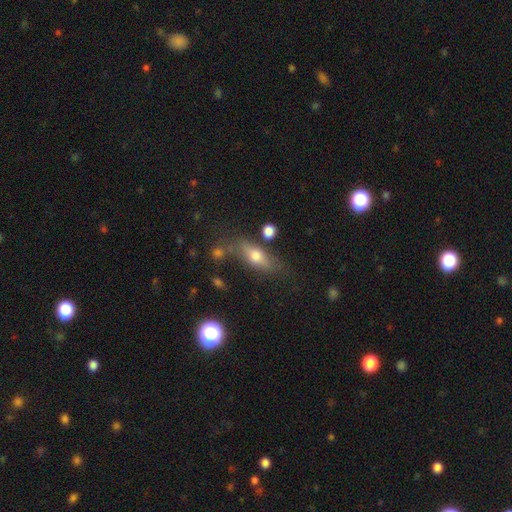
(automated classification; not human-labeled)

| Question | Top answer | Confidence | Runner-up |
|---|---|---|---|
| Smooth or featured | smooth | 56% | featured or disk (33%) |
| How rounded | in between | 58% | cigar-shaped (34%) |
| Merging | none | 67% | minor disturbance (18%) |